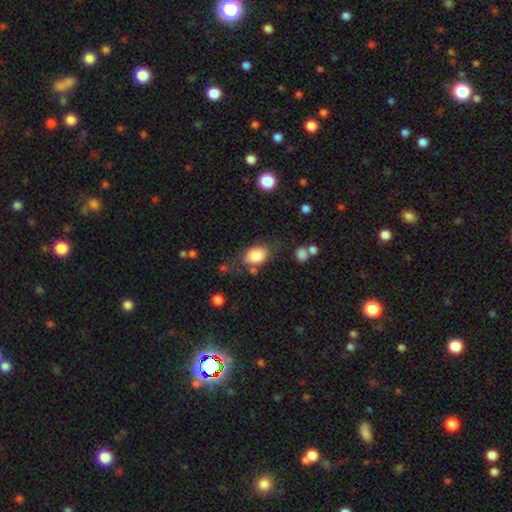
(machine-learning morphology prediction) Smooth or featured? smooth (83%)
How rounded? in between (83%)
Merging? none (69%)